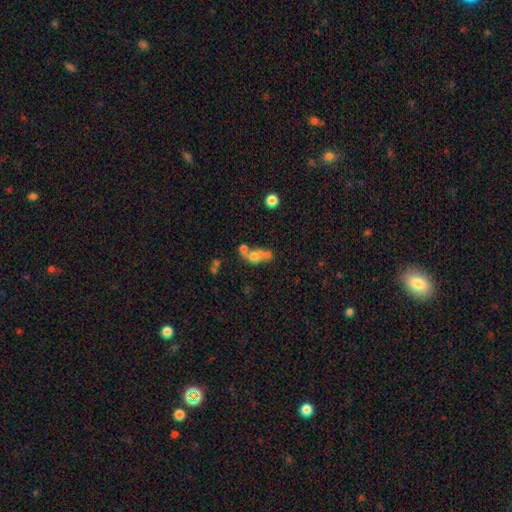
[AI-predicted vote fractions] This is possibly a smooth galaxy (53%). How rounded: possibly in between (56%). Merging: possibly merger (53%).